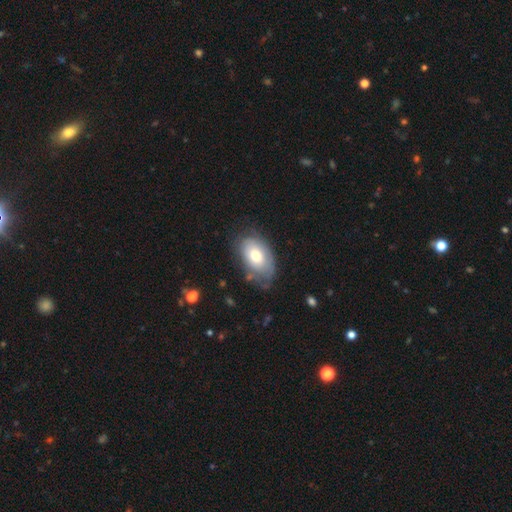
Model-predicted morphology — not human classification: Overall: smooth (59%; featured or disk 35%). How rounded: in between (91%). Merging: none (60%; minor disturbance 27%).